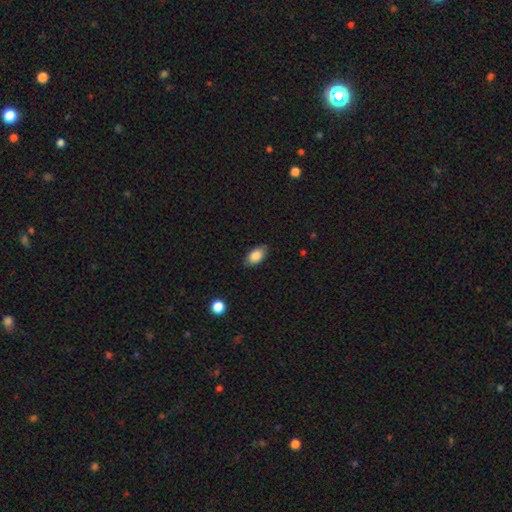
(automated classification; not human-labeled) Smooth or featured: smooth — 86% (star or artifact — 7%)
How rounded: in between — 92% (round — 5%)
Merging: none — 83% (minor disturbance — 13%)